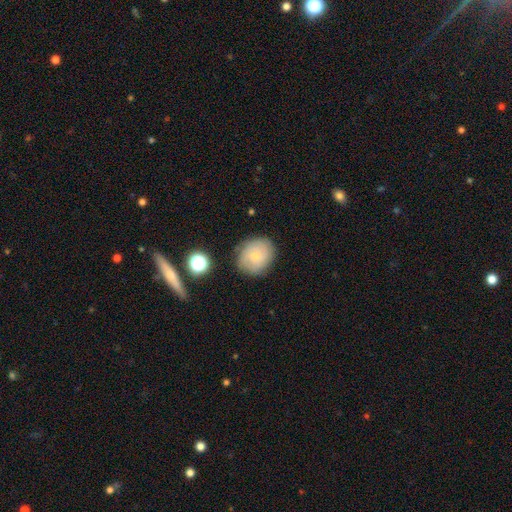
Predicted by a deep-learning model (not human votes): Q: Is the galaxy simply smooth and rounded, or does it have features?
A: smooth — 52%.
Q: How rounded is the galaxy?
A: round — 74%.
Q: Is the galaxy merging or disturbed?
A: none — 79%.